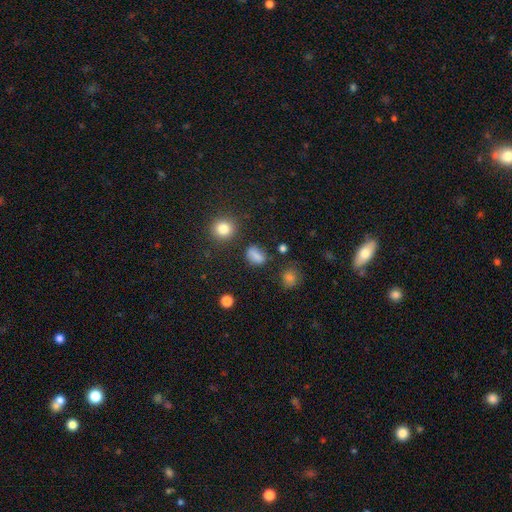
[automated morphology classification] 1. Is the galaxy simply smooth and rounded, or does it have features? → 77% smooth, 16% star or artifact, 7% featured or disk.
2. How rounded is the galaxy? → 65% in between, 32% round, 3% cigar-shaped.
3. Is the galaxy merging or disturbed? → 73% none, 16% minor disturbance, 6% major disturbance, 5% merger.